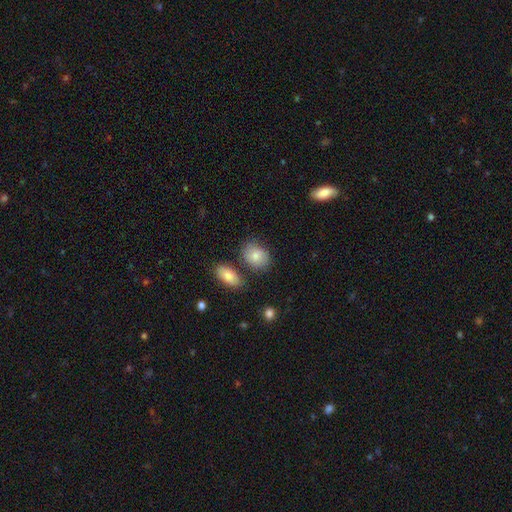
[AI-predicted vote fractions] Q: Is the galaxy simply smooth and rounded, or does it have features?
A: smooth — 82%.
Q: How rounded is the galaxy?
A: in between — 63%.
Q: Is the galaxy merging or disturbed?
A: none — 68%.